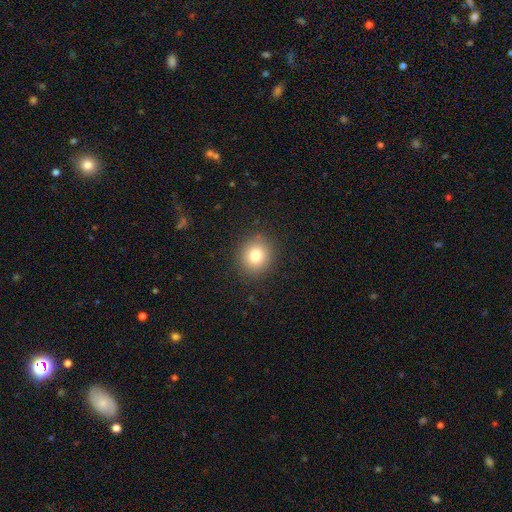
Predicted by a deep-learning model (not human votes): smooth_or_featured: smooth (p=0.80) [alt: star or artifact p=0.12]
how_rounded: round (p=0.83) [alt: in between p=0.16]
merging: none (p=0.89) [alt: minor disturbance p=0.07]